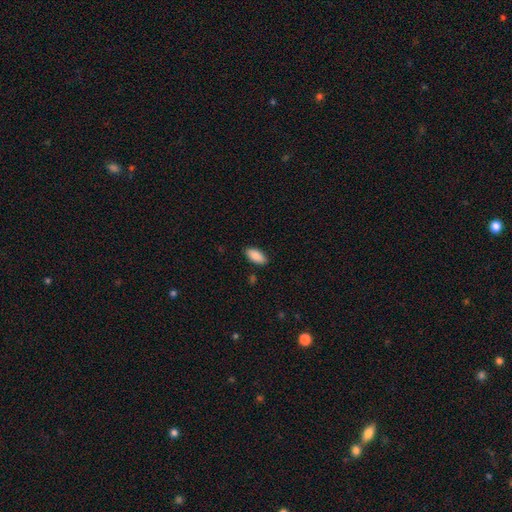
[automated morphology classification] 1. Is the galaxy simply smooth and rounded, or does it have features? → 89% smooth, 6% star or artifact, 5% featured or disk.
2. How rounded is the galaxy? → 91% in between, 7% cigar-shaped, 2% round.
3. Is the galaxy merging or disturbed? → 88% none, 9% minor disturbance, 2% major disturbance, 1% merger.